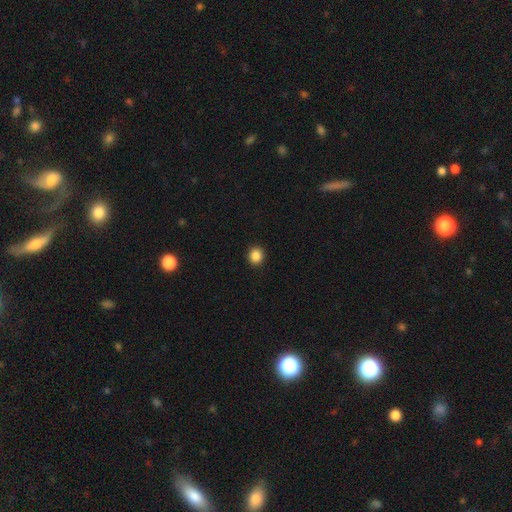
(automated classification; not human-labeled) smooth 87%, star or artifact 10%, featured or disk 3%. Down the decision tree: how rounded — round (87%); merging — none (92%).